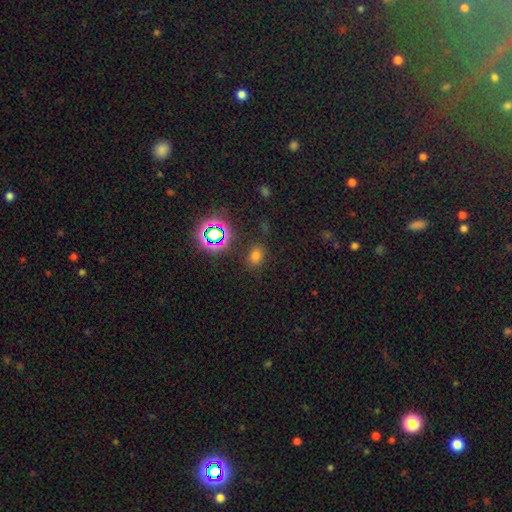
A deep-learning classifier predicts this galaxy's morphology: type=smooth (65%); roundness=in between (57%); merging=none (82%).